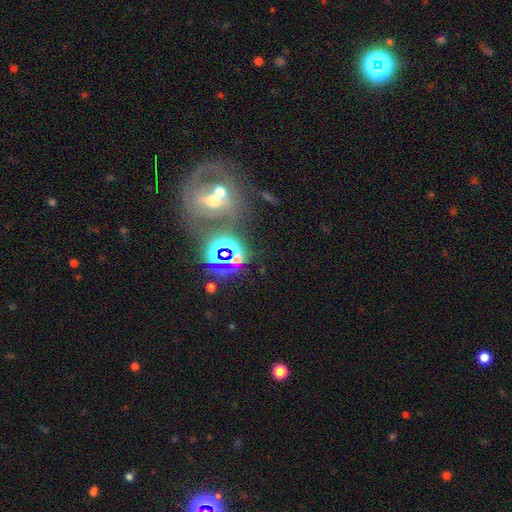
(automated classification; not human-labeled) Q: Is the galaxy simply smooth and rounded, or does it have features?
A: star or artifact — 48%.